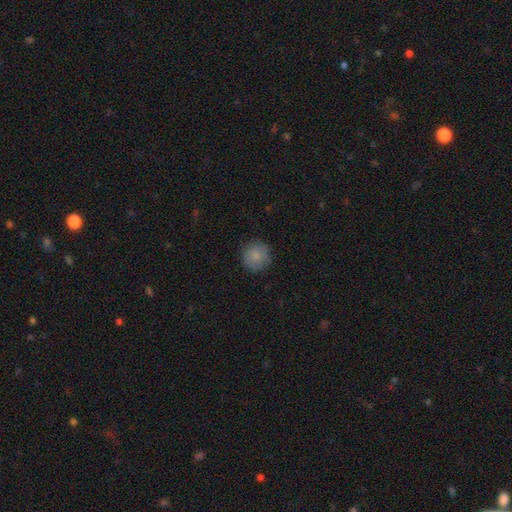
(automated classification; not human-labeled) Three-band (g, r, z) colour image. It shows a smooth galaxy with no disk features (85%) that is round (94%). Merging: none (87%).